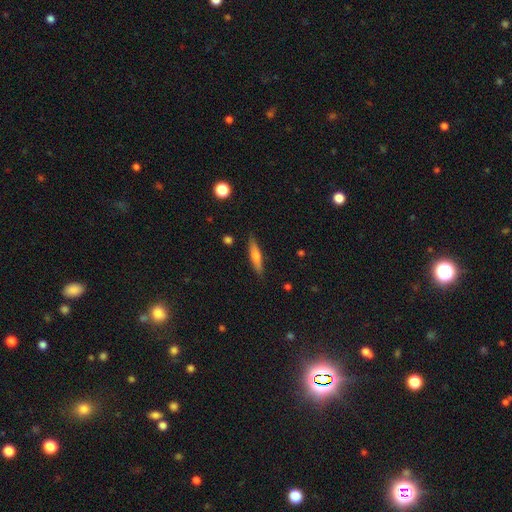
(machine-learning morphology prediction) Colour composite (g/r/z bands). It shows a smooth galaxy with no disk features (55%) that is cigar-shaped (84%). Merging: none (87%).